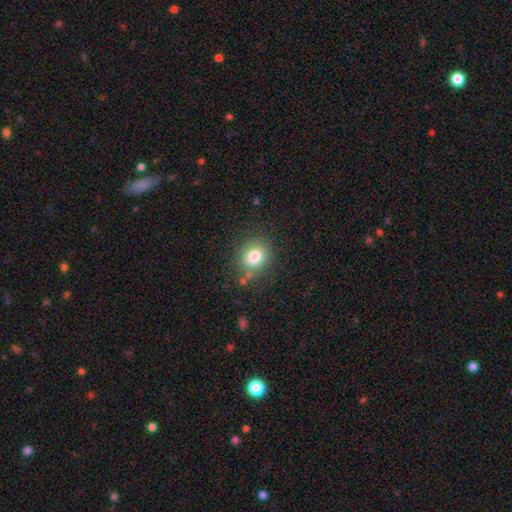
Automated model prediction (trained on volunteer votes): Morphology: type=smooth (80%); roundness=round (67%); merging=none (79%).